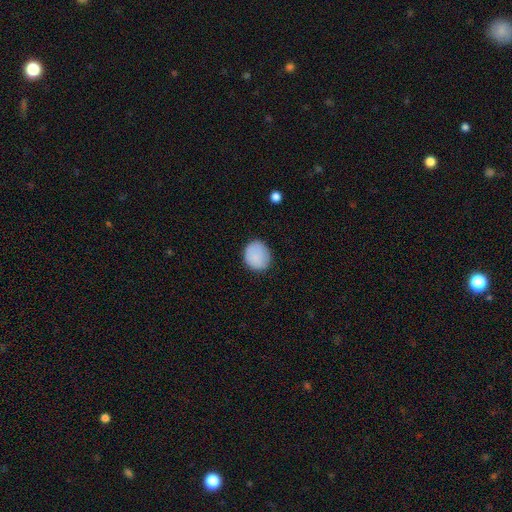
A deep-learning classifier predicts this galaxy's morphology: type=smooth (87%); roundness=round (76%); merging=none (82%).